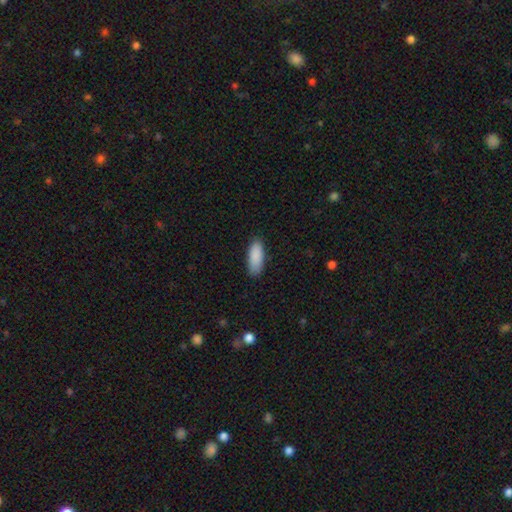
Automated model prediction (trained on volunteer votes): smooth 90%, star or artifact 6%, featured or disk 4%. Down the decision tree: how rounded — in between (81%); merging — none (84%).